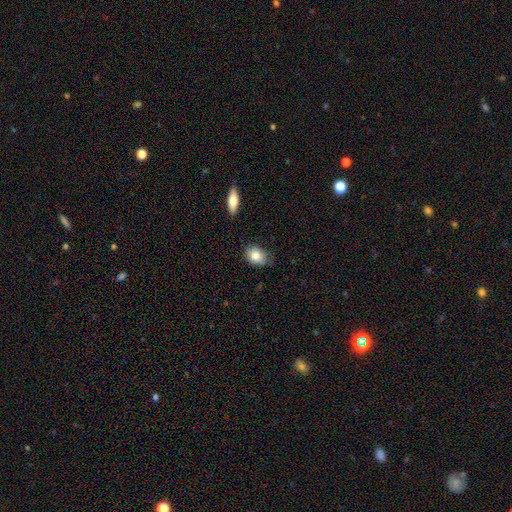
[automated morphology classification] This appears to be a smooth galaxy with no disk features (81%) that is in between round and cigar-shaped (67%). Merging: none (69%).